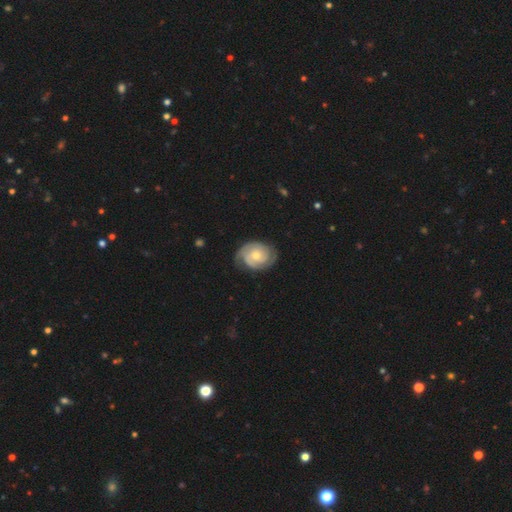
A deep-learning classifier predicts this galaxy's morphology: Overall: featured or disk (82%). Edge-on disk: no (98%). Bar: no (74%). Spiral arms: yes (95%). Spiral arm count: 2 (60%). Spiral winding: tight (67%). Bulge size: moderate (55%; small 39%). Merging: none (73%).